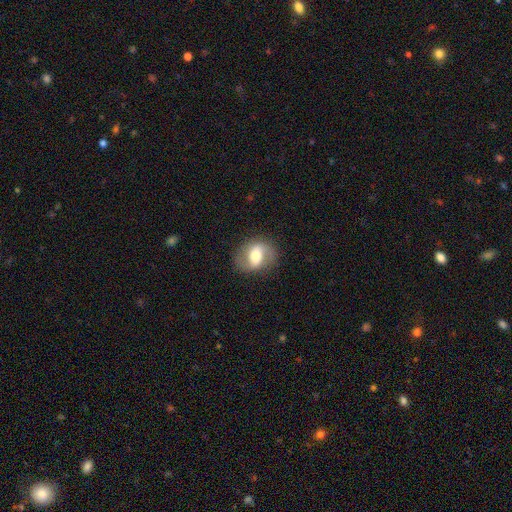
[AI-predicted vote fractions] A featured or disk galaxy (57%) with a weak bar (40%), spiral arms (75%) and a moderate central bulge (62%).

Vote fractions:
- Smooth or featured? featured or disk: 57% / smooth: 36% / star or artifact: 8%
- Edge-on disk? no: 95% / yes: 5%
- Bar? weak: 40% / strong: 32% / no: 28%
- Spiral arms? yes: 75% / no: 25%
- Bulge size? moderate: 62% / large: 18% / small: 16% / dominant: 3% / none: 1%
- Merging? none: 80% / minor disturbance: 13% / major disturbance: 6% / merger: 1%